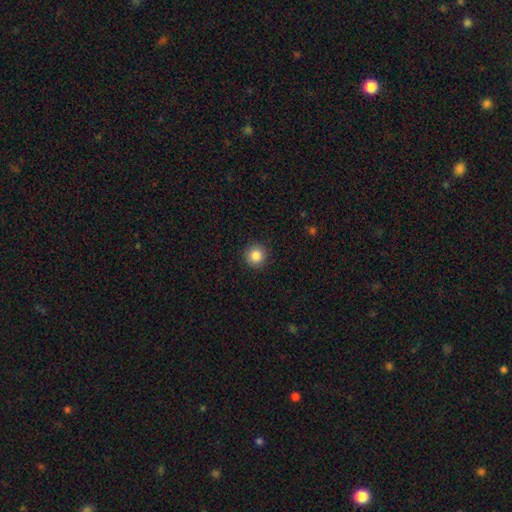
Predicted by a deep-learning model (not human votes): Smooth or featured? Predicted: smooth (p=0.85). How rounded? Predicted: round (p=0.95). Merging? Predicted: none (p=0.92).